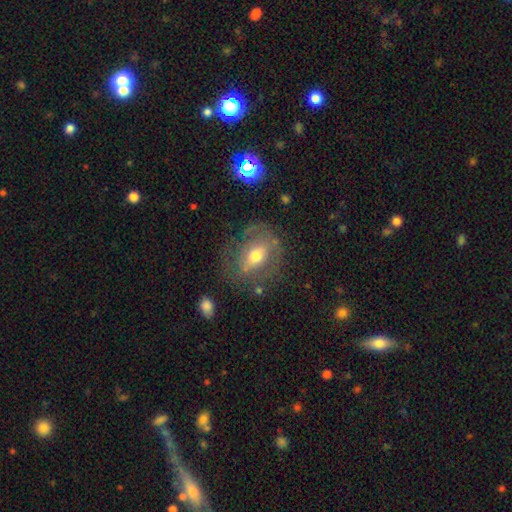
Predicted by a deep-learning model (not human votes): Overall: featured or disk (49%; smooth 42%). Merging: none (65%).